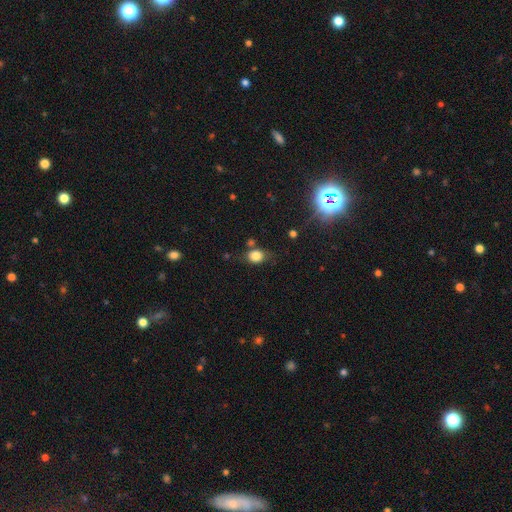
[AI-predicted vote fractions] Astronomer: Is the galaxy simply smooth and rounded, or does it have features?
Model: smooth — 80%.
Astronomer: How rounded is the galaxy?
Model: round — 51% (runner-up: in between, 48%).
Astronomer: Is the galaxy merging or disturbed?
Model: none — 64%.